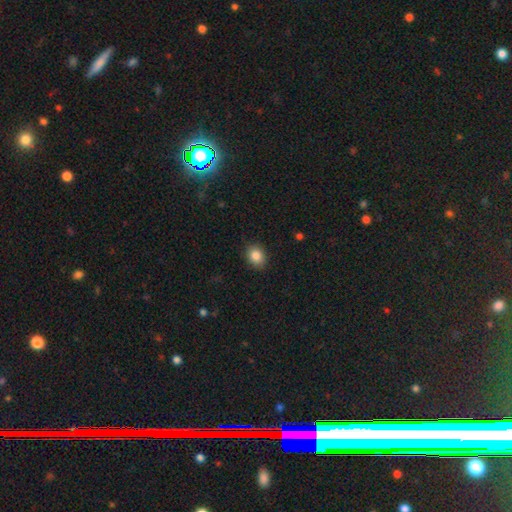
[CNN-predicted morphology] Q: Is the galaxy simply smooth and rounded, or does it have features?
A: smooth — 86%.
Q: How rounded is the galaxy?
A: in between — 52%.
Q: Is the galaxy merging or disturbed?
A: none — 88%.